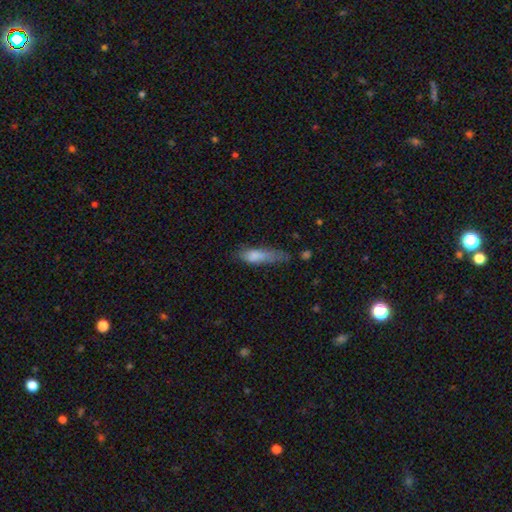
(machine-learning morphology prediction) Smooth or featured? smooth (76%)
How rounded? cigar-shaped (57%)
Merging? minor disturbance (37%)